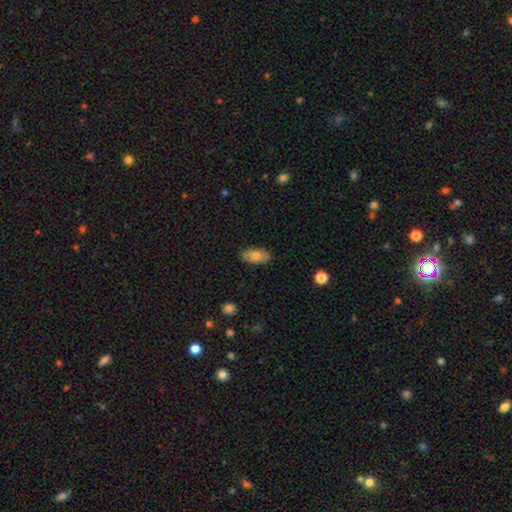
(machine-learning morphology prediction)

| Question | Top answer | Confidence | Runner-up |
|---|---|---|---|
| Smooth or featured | smooth | 74% | featured or disk (19%) |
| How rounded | in between | 90% | cigar-shaped (6%) |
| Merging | none | 83% | minor disturbance (13%) |